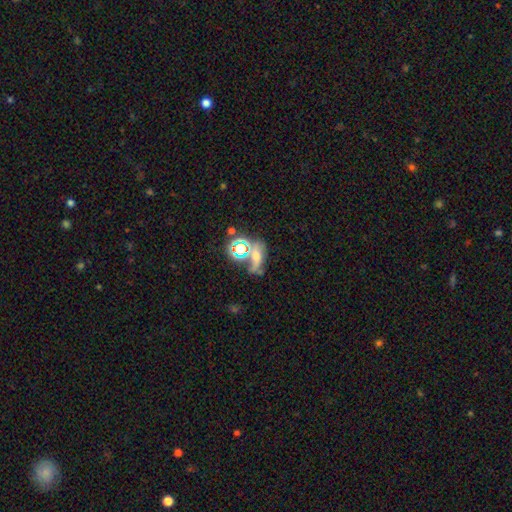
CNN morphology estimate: Smooth or featured? Predicted: star or artifact (p=0.42).